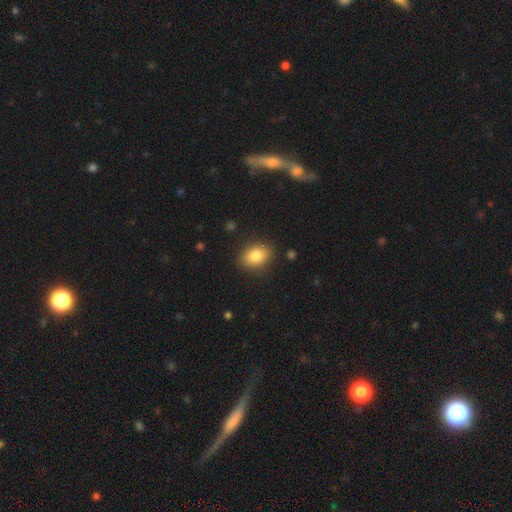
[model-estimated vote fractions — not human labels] The model was most divided on "how rounded": in between: 75%, round: 24%, cigar-shaped: 1%. More confident: merging — none (87%); smooth or featured — smooth (83%).